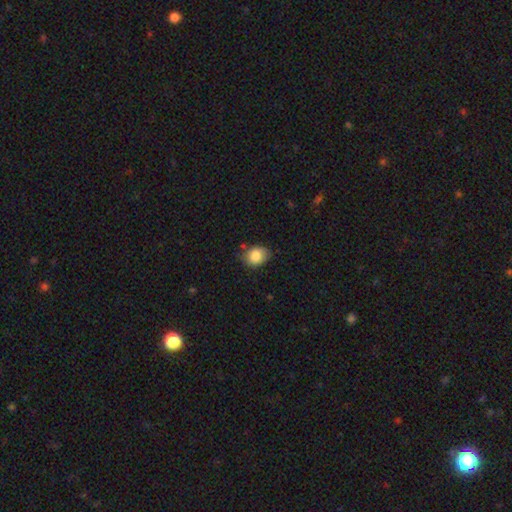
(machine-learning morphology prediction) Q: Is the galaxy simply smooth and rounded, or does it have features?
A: smooth — 84%.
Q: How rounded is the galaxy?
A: in between — 60%.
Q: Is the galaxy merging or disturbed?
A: none — 72%.